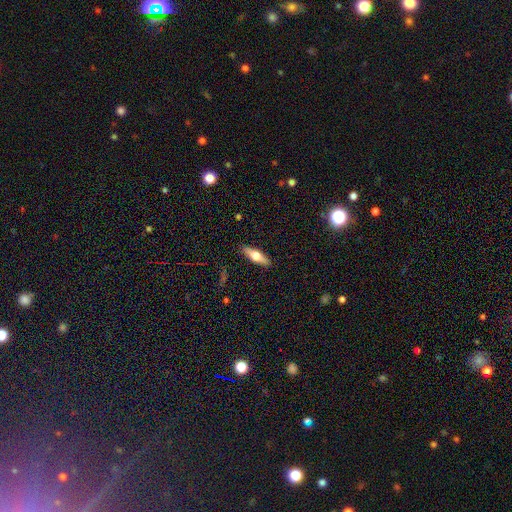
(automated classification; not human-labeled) Smooth or featured?
  - featured or disk: 48% *
  - smooth: 46%
  - star or artifact: 6%
Merging?
  - none: 89% *
  - minor disturbance: 8%
  - major disturbance: 2%
  - merger: 1%